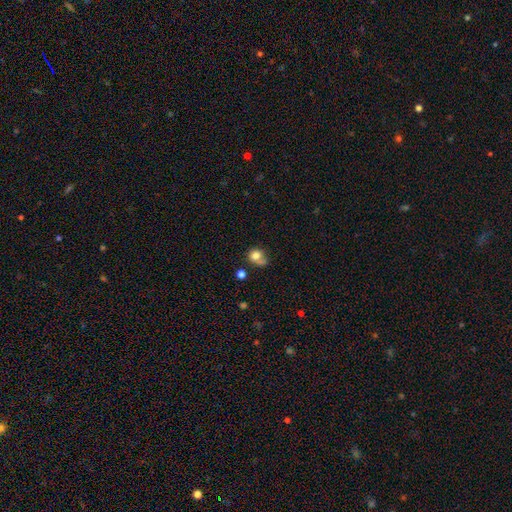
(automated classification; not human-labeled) smooth 75%, featured or disk 14%, star or artifact 11%. Down the decision tree: how rounded — round (69%); merging — none (40%).